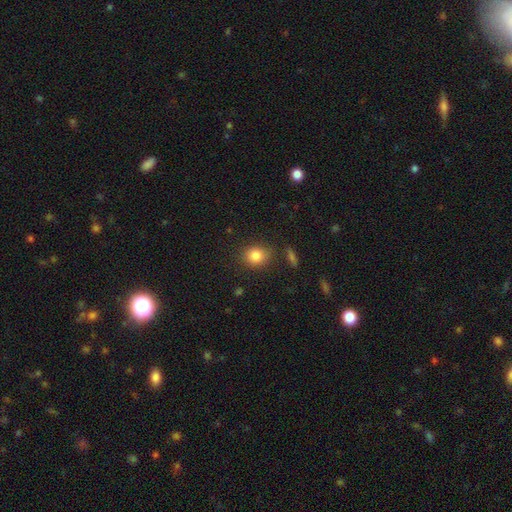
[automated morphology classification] This appears to be a smooth galaxy with no disk features (83%) that is round (72%). Merging: none (83%).